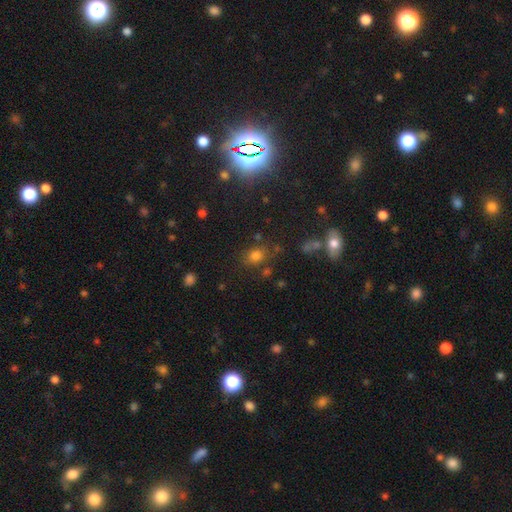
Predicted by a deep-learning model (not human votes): A smooth galaxy with no disk features (73%) that is in between round and cigar-shaped (50%). Merging: none (73%).